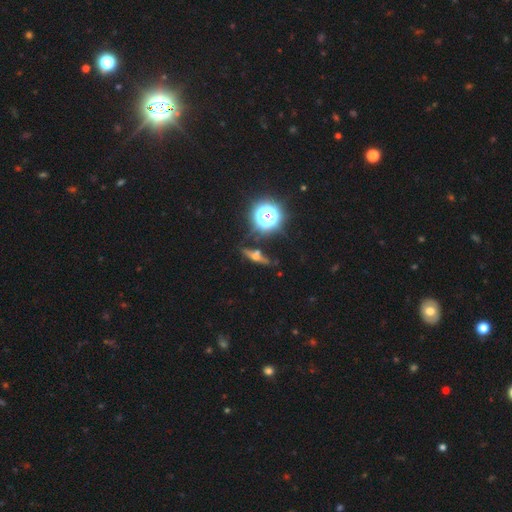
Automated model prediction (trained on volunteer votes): Smooth or featured?
  - featured or disk: 48% *
  - star or artifact: 27%
  - smooth: 25%
Merging?
  - none: 72% *
  - minor disturbance: 15%
  - major disturbance: 7%
  - merger: 6%